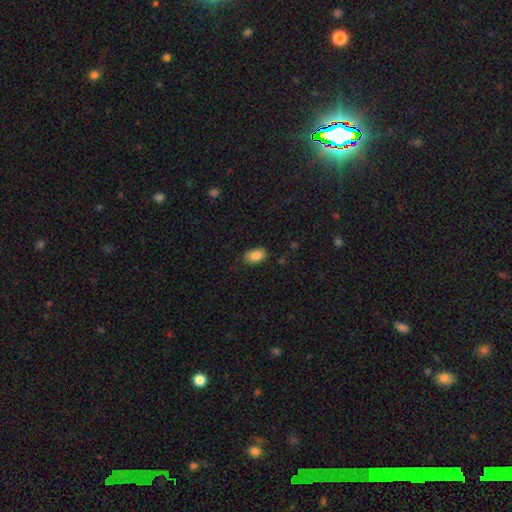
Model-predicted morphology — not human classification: A smooth galaxy with no disk features (87%) that is in between round and cigar-shaped (91%).

Vote fractions:
- Smooth or featured? smooth: 87% / star or artifact: 8% / featured or disk: 5%
- How rounded? in between: 91% / round: 7% / cigar-shaped: 2%
- Merging? none: 80% / minor disturbance: 16% / major disturbance: 3% / merger: 1%